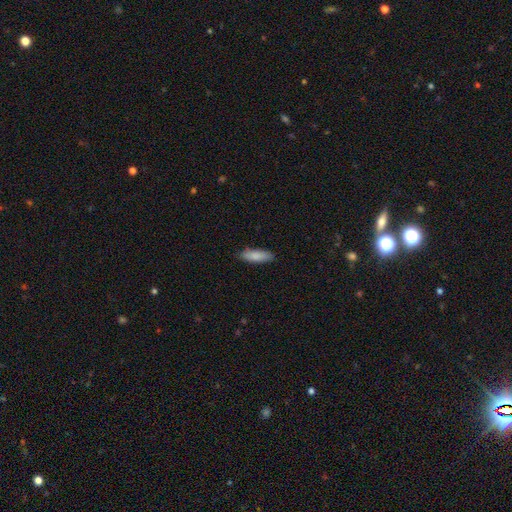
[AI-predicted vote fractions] Smooth or featured? Predicted: smooth (p=0.87). How rounded? Predicted: in between (p=0.52). Merging? Predicted: none (p=0.87).